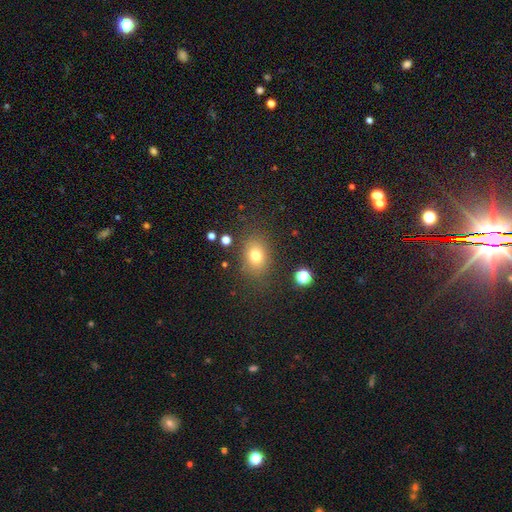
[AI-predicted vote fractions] A smooth galaxy with no disk features (76%) that is in between round and cigar-shaped (63%).

Vote fractions:
- Smooth or featured? smooth: 76% / star or artifact: 14% / featured or disk: 10%
- How rounded? in between: 63% / round: 36% / cigar-shaped: 1%
- Merging? none: 81% / minor disturbance: 12% / major disturbance: 5% / merger: 3%